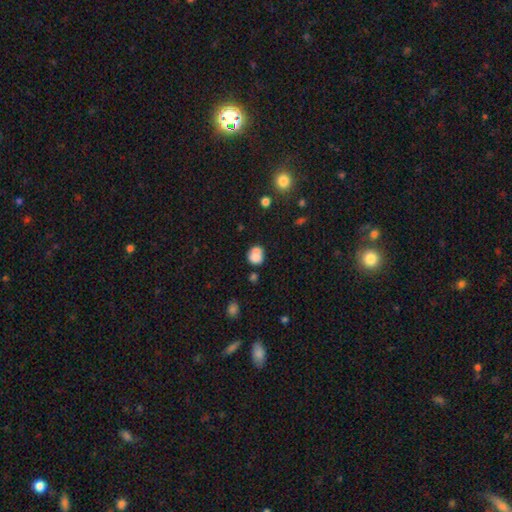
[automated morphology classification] smooth-or-featured: smooth: 77% | featured or disk: 12% | star or artifact: 10%
  how-rounded: round: 67% | in between: 32% | cigar-shaped: 1%
  merging: none: 43% | merger: 31% | minor disturbance: 19% | major disturbance: 8%